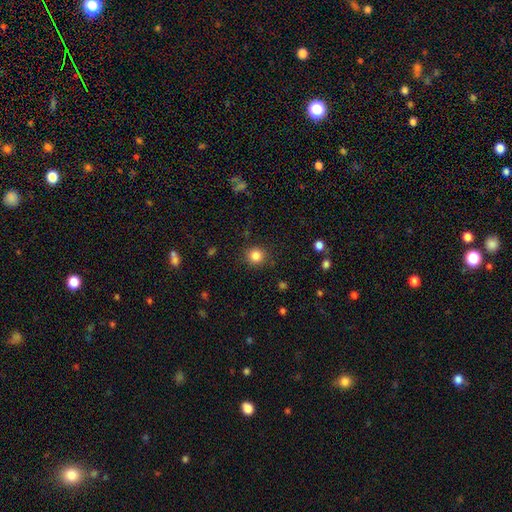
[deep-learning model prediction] Smooth or featured? Predicted: smooth (p=0.84). How rounded? Predicted: round (p=0.92). Merging? Predicted: none (p=0.89).